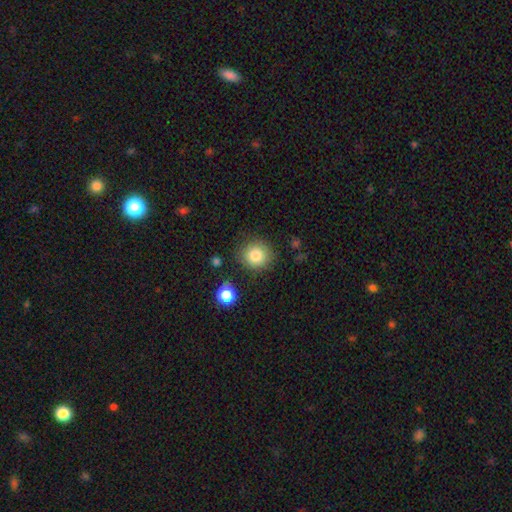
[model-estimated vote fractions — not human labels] A smooth galaxy with no disk features (83%) that is round (89%).

Vote fractions:
- Smooth or featured? smooth: 83% / star or artifact: 10% / featured or disk: 7%
- How rounded? round: 89% / in between: 10% / cigar-shaped: 1%
- Merging? none: 83% / minor disturbance: 10% / major disturbance: 4% / merger: 3%